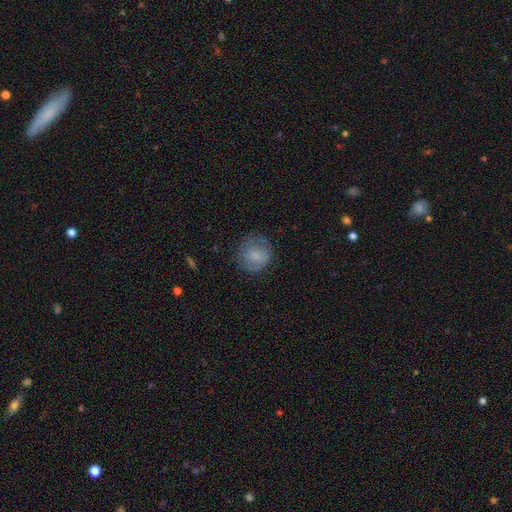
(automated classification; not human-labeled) Smooth or featured? smooth (78%)
How rounded? round (86%)
Merging? none (74%)